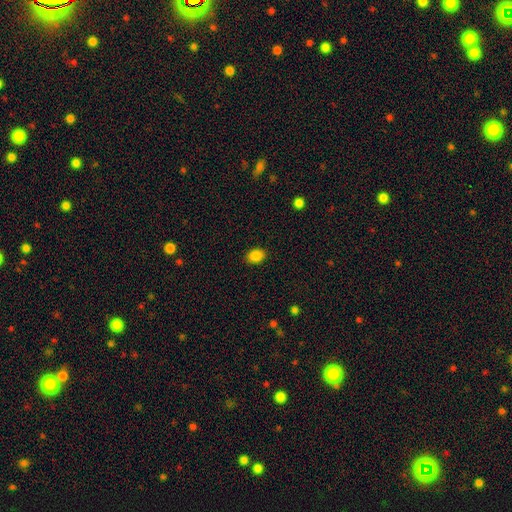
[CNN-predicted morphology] Q: Smooth or featured?
A: smooth (86%); runner-up: star or artifact (10%)
Q: How rounded?
A: in between (71%); runner-up: round (28%)
Q: Merging?
A: none (88%); runner-up: minor disturbance (8%)